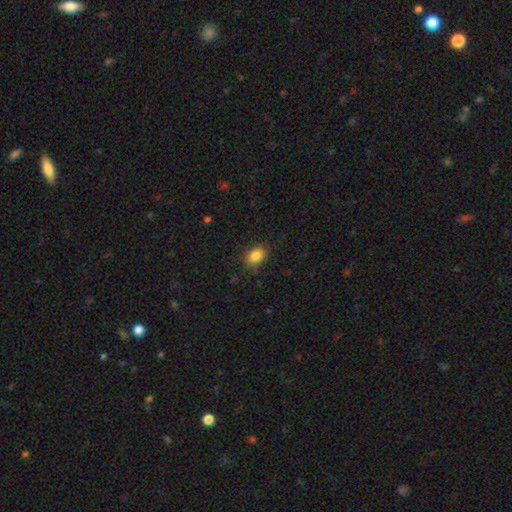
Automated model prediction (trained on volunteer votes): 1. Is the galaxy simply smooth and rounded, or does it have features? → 86% smooth, 9% star or artifact, 5% featured or disk.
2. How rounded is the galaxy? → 74% in between, 25% round, 1% cigar-shaped.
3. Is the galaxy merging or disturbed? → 83% none, 13% minor disturbance, 3% major disturbance, 1% merger.